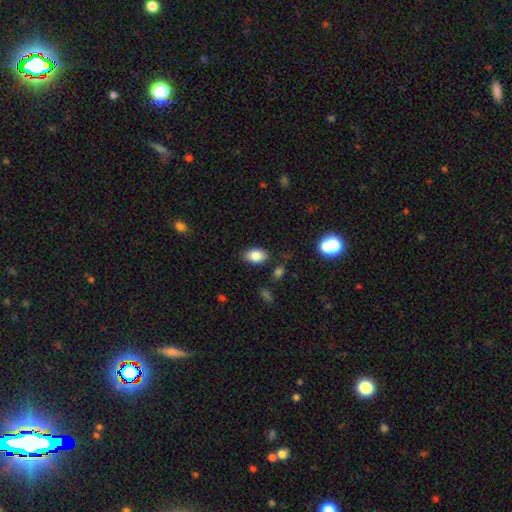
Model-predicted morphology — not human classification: A smooth galaxy with no disk features (84%) that is in between round and cigar-shaped (89%). Merging: none (84%).